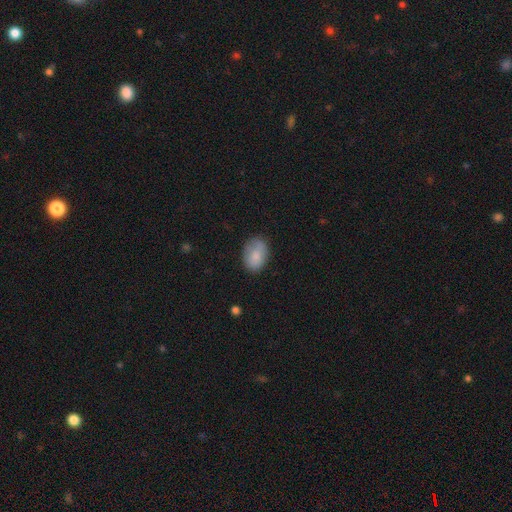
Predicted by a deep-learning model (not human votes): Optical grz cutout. It shows a smooth galaxy with no disk features (81%) that is in between round and cigar-shaped (82%). Merging: none (71%).